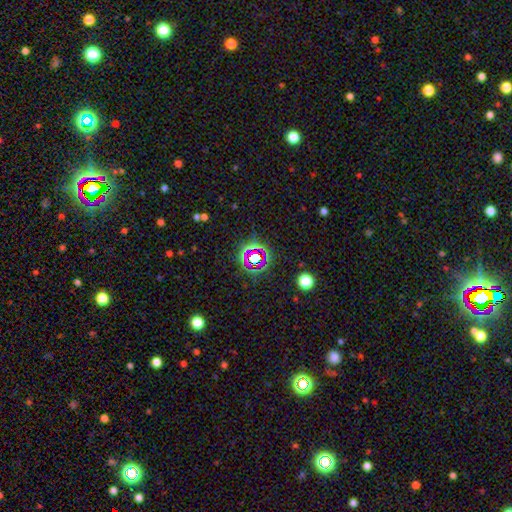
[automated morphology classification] type=star or artifact (71%).